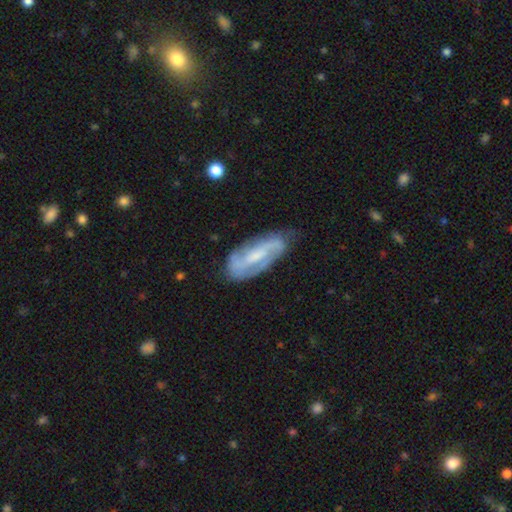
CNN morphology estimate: Smooth or featured? Predicted: featured or disk (p=0.76). Edge-on disk? Predicted: no (p=0.92). Bar? Predicted: weak (p=0.43). Spiral arms? Predicted: yes (p=0.90). Spiral winding? Predicted: medium (p=0.44). Spiral arm count? Predicted: 2 (p=0.72). Bulge size? Predicted: small (p=0.45). Merging? Predicted: none (p=0.70).